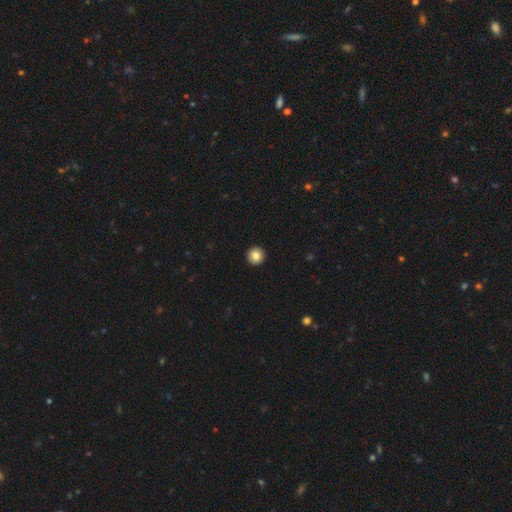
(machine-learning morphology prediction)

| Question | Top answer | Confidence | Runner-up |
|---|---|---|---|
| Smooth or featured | smooth | 85% | star or artifact (9%) |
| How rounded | round | 95% | in between (4%) |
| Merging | none | 94% | minor disturbance (4%) |